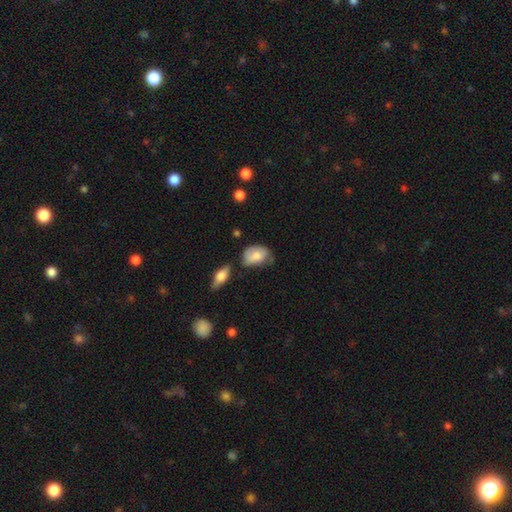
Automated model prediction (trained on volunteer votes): This is likely a smooth galaxy (74%). How rounded: clearly in between (86%). Merging: possibly none (45%).